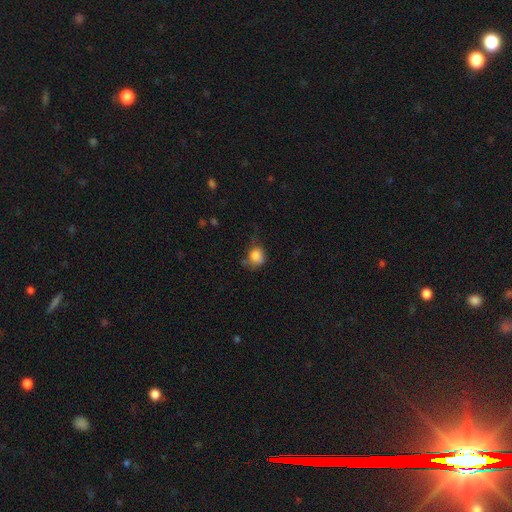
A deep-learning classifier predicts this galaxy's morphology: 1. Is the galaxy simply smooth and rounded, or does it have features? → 82% smooth, 10% star or artifact, 8% featured or disk.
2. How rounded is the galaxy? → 66% round, 33% in between, 1% cigar-shaped.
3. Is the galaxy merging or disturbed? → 40% none, 35% minor disturbance, 22% major disturbance, 4% merger.